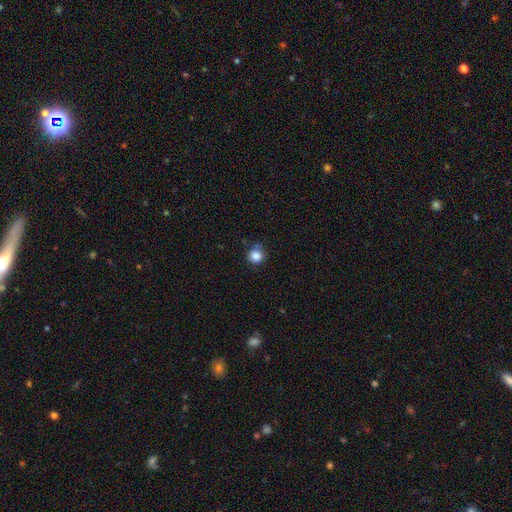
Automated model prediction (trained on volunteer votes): This is clearly a smooth galaxy (85%). How rounded: clearly round (90%). Merging: likely none (78%).